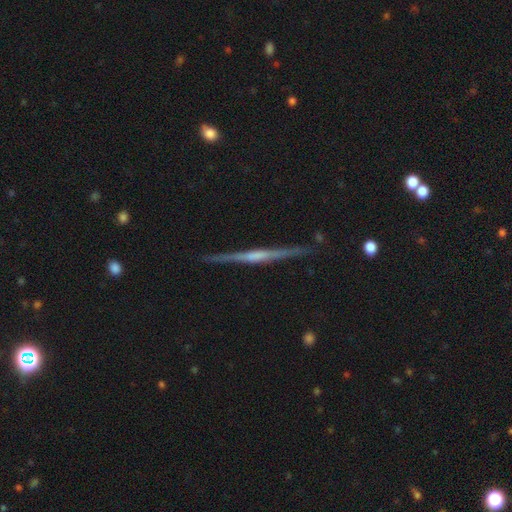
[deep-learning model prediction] Smooth or featured?
  - featured or disk: 82% *
  - smooth: 11%
  - star or artifact: 7%
Edge-on disk?
  - yes: 98% *
  - no: 2%
Edge-on bulge?
  - rounded: 63% *
  - none: 24%
  - boxy: 13%
Merging?
  - none: 91% *
  - minor disturbance: 6%
  - major disturbance: 1%
  - merger: 1%